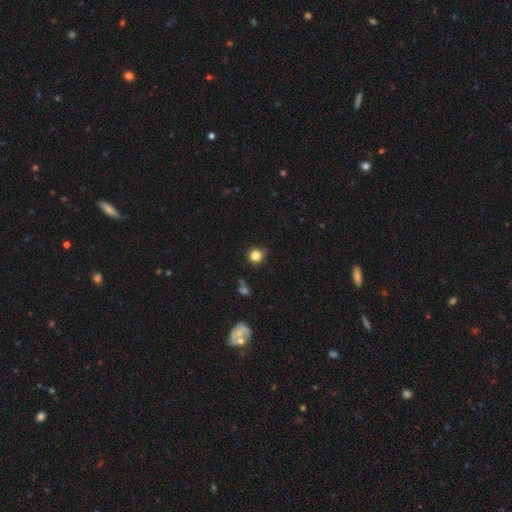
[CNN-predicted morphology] Overall: smooth (83%). How rounded: round (91%). Merging: none (78%).